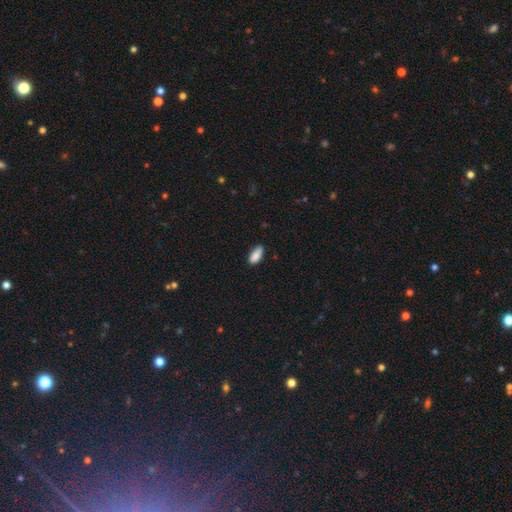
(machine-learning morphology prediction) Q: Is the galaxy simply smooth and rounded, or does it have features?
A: smooth — 87%.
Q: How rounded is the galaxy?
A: in between — 84%.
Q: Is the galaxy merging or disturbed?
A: none — 75%.